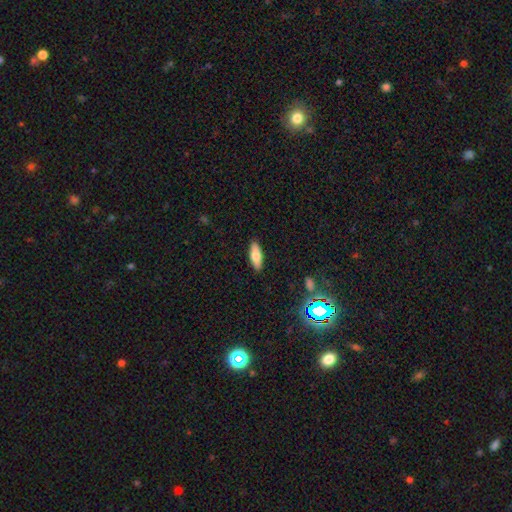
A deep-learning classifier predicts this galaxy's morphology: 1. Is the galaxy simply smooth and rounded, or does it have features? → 70% smooth, 22% featured or disk, 8% star or artifact.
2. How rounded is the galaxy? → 62% in between, 36% cigar-shaped, 2% round.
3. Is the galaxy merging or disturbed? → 89% none, 8% minor disturbance, 2% major disturbance, 1% merger.